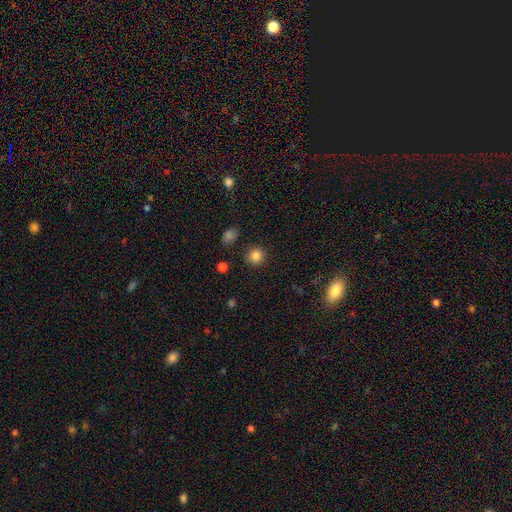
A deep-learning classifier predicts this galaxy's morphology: A smooth galaxy with no disk features (84%) that is round (93%).

Vote fractions:
- Smooth or featured? smooth: 84% / star or artifact: 12% / featured or disk: 4%
- How rounded? round: 93% / in between: 6% / cigar-shaped: 1%
- Merging? none: 89% / minor disturbance: 6% / major disturbance: 2% / merger: 2%